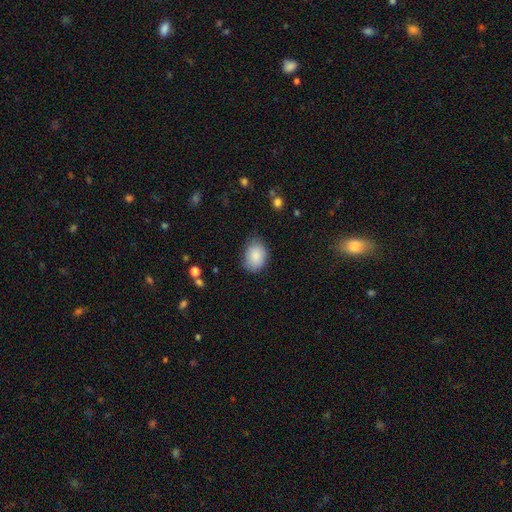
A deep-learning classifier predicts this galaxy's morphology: Smooth or featured: smooth — 88% (star or artifact — 7%)
How rounded: in between — 71% (round — 28%)
Merging: none — 76% (minor disturbance — 19%)